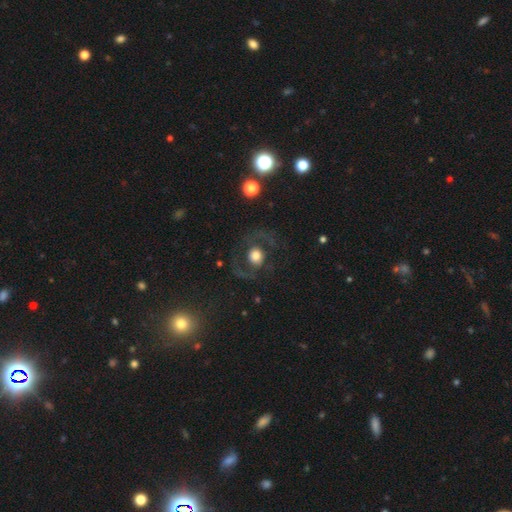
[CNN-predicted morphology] featured or disk 47%, smooth 43%, star or artifact 10%. Down the decision tree: merging — none (66%).